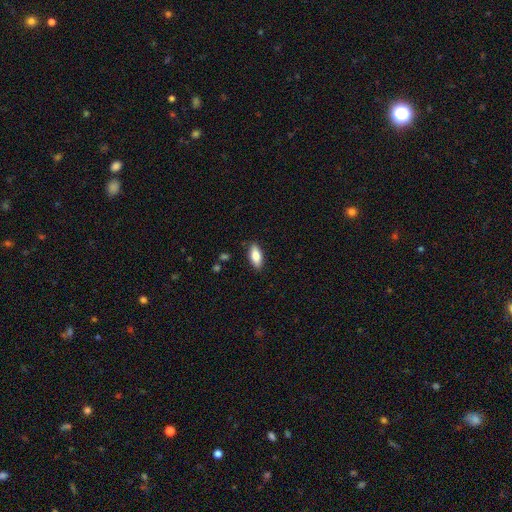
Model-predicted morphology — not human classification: A smooth galaxy with no disk features (79%) that is in between round and cigar-shaped (80%). Merging: none (87%).